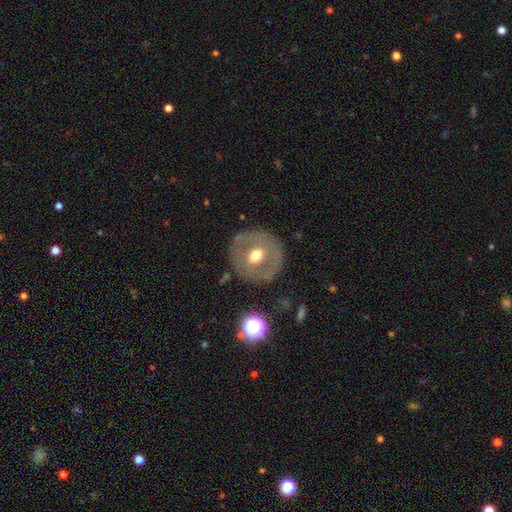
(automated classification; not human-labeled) This is possibly a featured or disk galaxy (47%). Merging: clearly none (82%).